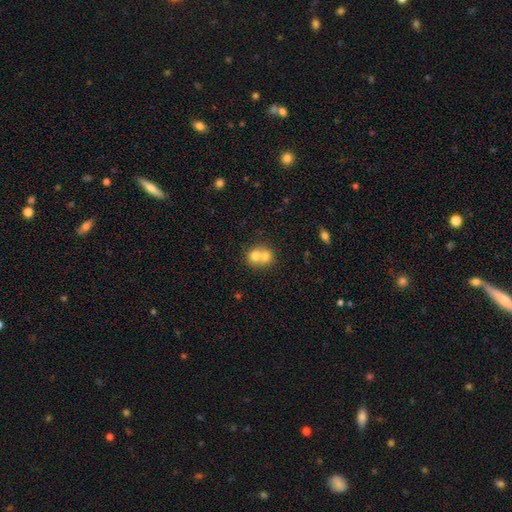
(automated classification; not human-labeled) Smooth or featured? Predicted: smooth (p=0.69). How rounded? Predicted: round (p=0.75). Merging? Predicted: merger (p=0.68).